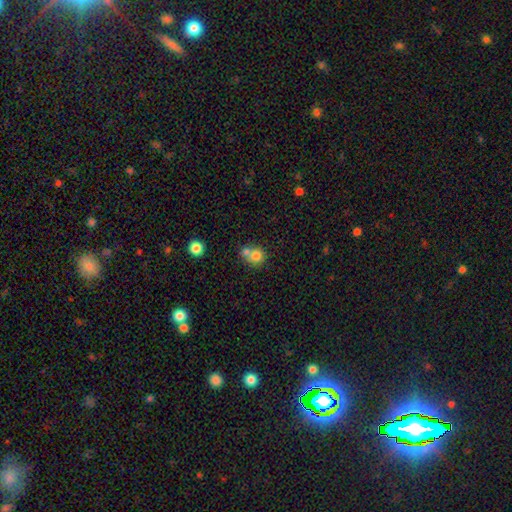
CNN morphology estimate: Smooth or featured: smooth — 77% (featured or disk — 12%)
How rounded: round — 84% (in between — 15%)
Merging: none — 44% (tied with merger — 44%)